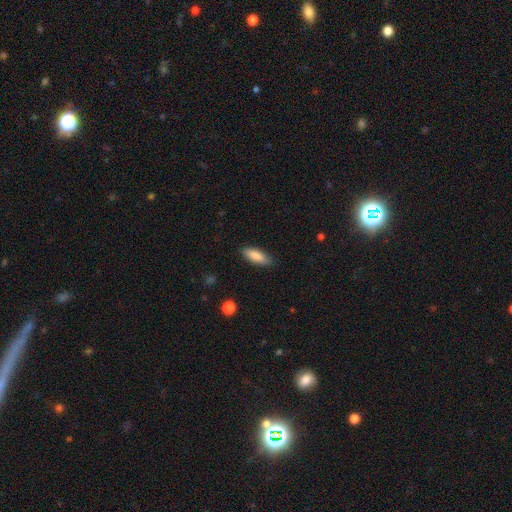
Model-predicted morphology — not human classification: Overall: smooth (85%). How rounded: in between (61%; cigar-shaped 37%). Merging: none (86%).